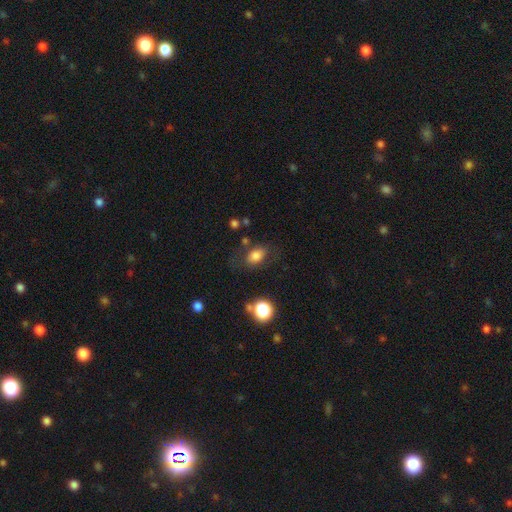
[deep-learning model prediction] Smooth or featured?
  - smooth: 76% *
  - featured or disk: 13%
  - star or artifact: 11%
How rounded?
  - in between: 80% *
  - round: 18%
  - cigar-shaped: 2%
Merging?
  - none: 68% *
  - minor disturbance: 18%
  - major disturbance: 10%
  - merger: 4%